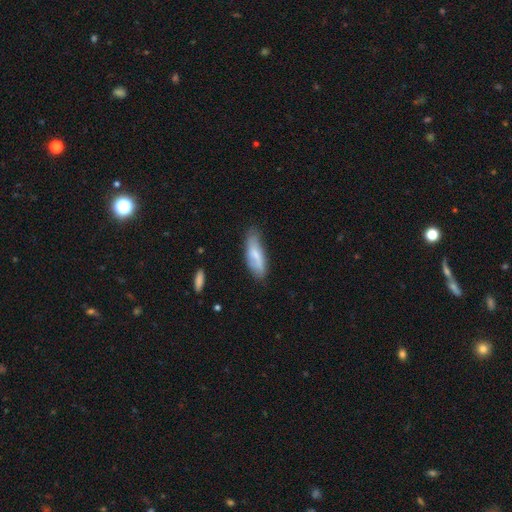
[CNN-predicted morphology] Smooth or featured? Predicted: smooth (p=0.67). How rounded? Predicted: in between (p=0.61). Merging? Predicted: none (p=0.64).